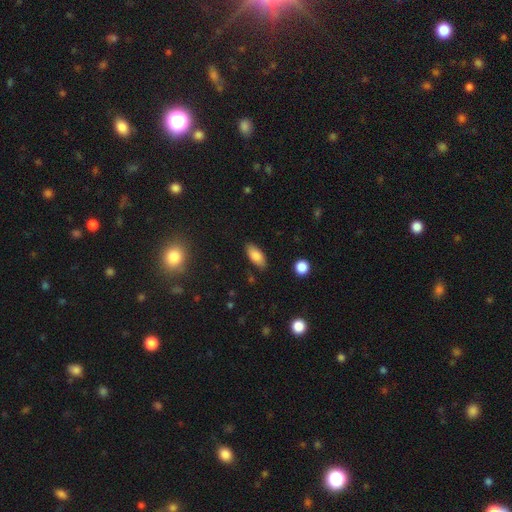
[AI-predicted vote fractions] A smooth galaxy with no disk features (82%) that is in between round and cigar-shaped (87%).

Vote fractions:
- Smooth or featured? smooth: 82% / featured or disk: 10% / star or artifact: 8%
- How rounded? in between: 87% / cigar-shaped: 10% / round: 3%
- Merging? none: 84% / minor disturbance: 11% / major disturbance: 3% / merger: 2%